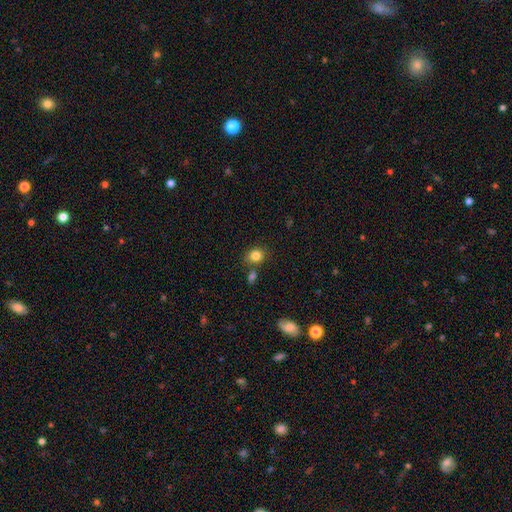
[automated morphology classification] The model was most divided on "how rounded": round: 63%, in between: 36%, cigar-shaped: 1%. More confident: smooth or featured — smooth (83%); merging — none (73%).